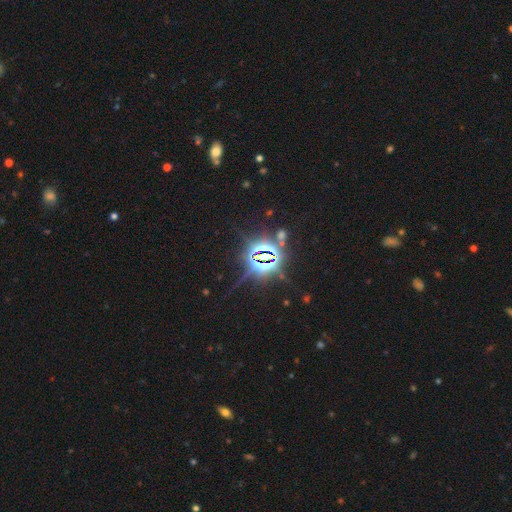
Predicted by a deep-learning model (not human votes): smooth-or-featured: star or artifact: 84% | smooth: 8% | featured or disk: 8%